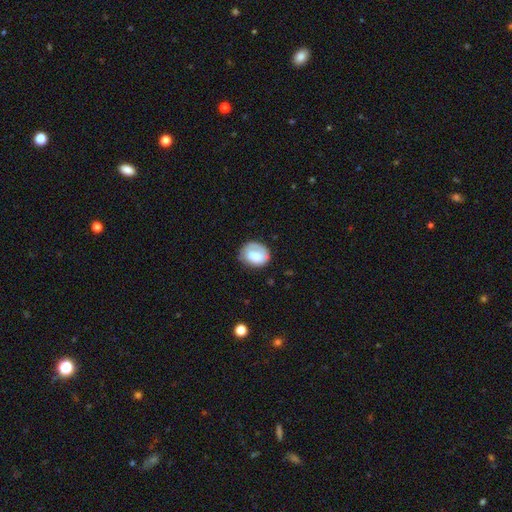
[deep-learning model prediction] smooth-or-featured: smooth: 68% | featured or disk: 25% | star or artifact: 7%
  how-rounded: round: 55% | in between: 44% | cigar-shaped: 1%
  merging: none: 59% | minor disturbance: 25% | major disturbance: 13% | merger: 4%